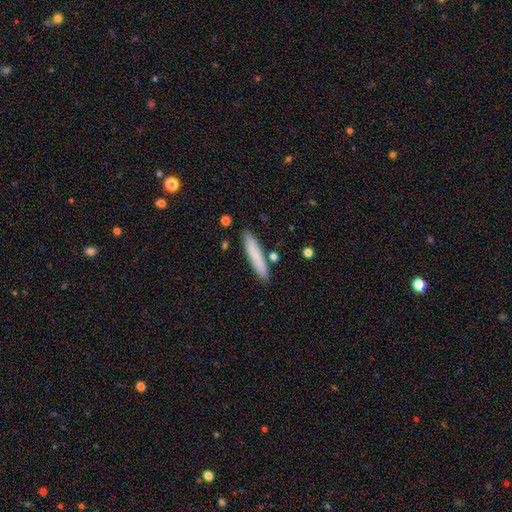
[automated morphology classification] Smooth or featured? Predicted: smooth (p=0.79). How rounded? Predicted: cigar-shaped (p=0.89). Merging? Predicted: none (p=0.85).